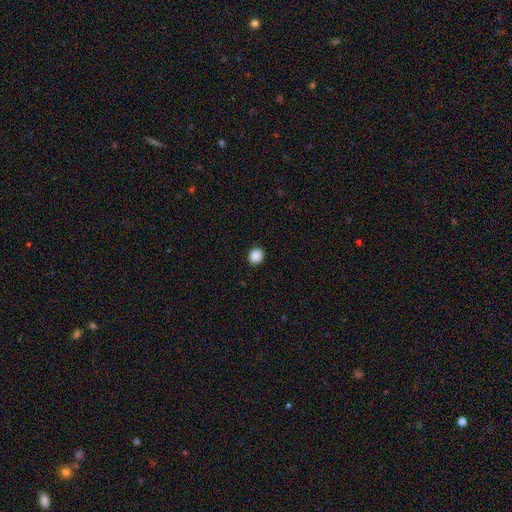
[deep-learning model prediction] Overall: smooth (89%). How rounded: round (75%). Merging: none (91%).